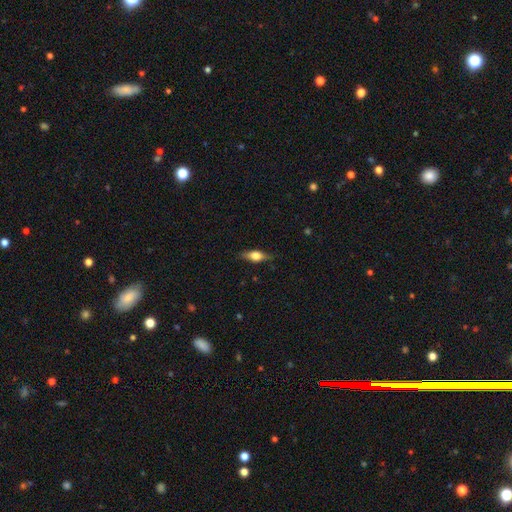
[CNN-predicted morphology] The model was most divided on "smooth or featured": featured or disk: 47%, smooth: 46%, star or artifact: 7%. More confident: merging — none (82%).